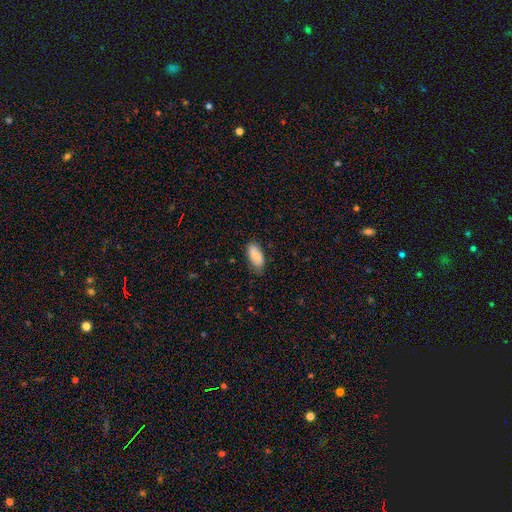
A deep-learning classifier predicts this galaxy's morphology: This appears to be a smooth galaxy with no disk features (76%) that is in between round and cigar-shaped (92%). Merging: none (75%).